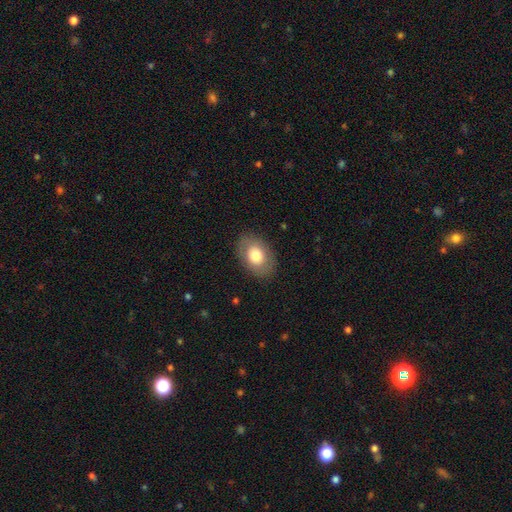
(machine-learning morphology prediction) This is likely a smooth galaxy (71%). How rounded: likely in between (77%). Merging: clearly none (85%).